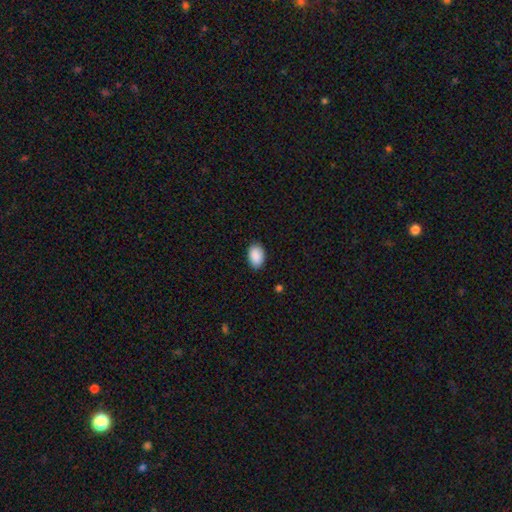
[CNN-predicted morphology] Smooth or featured? smooth (91%)
How rounded? in between (89%)
Merging? none (86%)